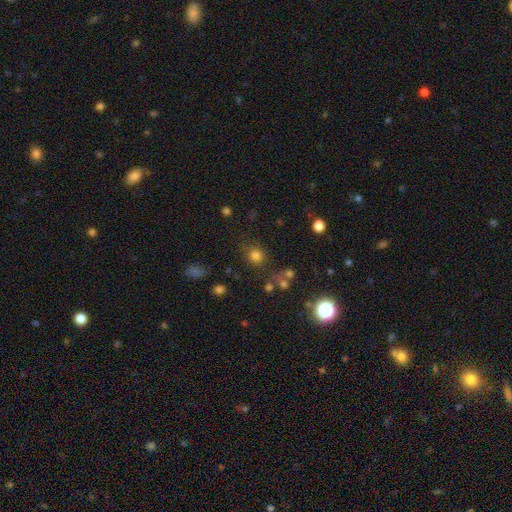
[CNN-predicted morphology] Smooth or featured: smooth — 77% (star or artifact — 17%)
How rounded: round — 80% (in between — 19%)
Merging: none — 75% (minor disturbance — 13%)